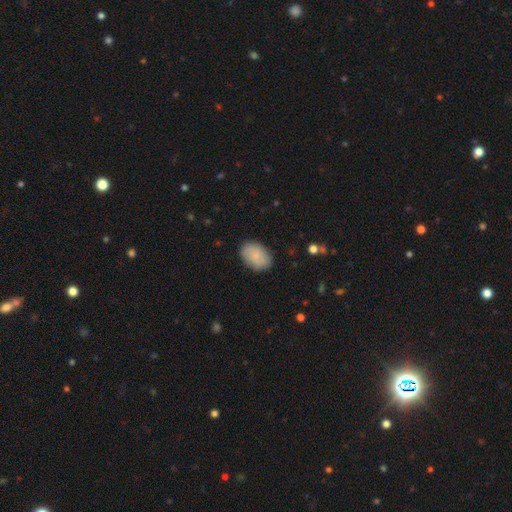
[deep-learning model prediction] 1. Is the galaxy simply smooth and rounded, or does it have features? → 86% smooth, 8% featured or disk, 6% star or artifact.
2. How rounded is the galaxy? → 86% in between, 13% round, 1% cigar-shaped.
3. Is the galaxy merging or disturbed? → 86% none, 11% minor disturbance, 3% major disturbance, 1% merger.